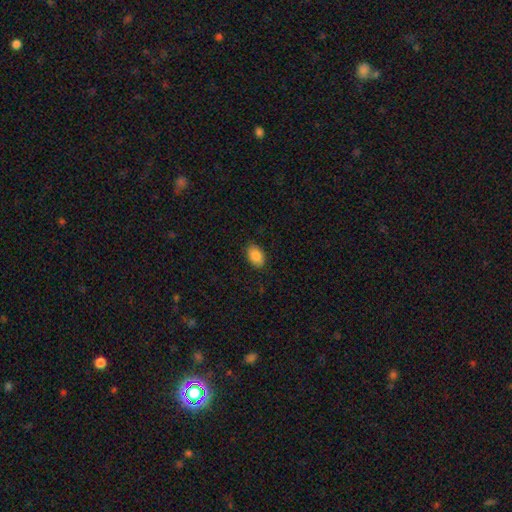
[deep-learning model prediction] Morphology: type=smooth (87%); roundness=in between (88%); merging=none (86%).